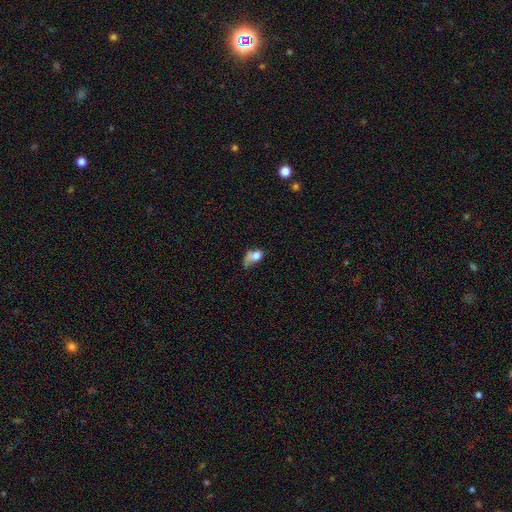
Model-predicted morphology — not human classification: A smooth galaxy with no disk features (69%) that is in between round and cigar-shaped (74%).

Vote fractions:
- Smooth or featured? smooth: 69% / featured or disk: 19% / star or artifact: 11%
- How rounded? in between: 74% / round: 24% / cigar-shaped: 3%
- Merging? major disturbance: 43% / minor disturbance: 27% / none: 19% / merger: 10%